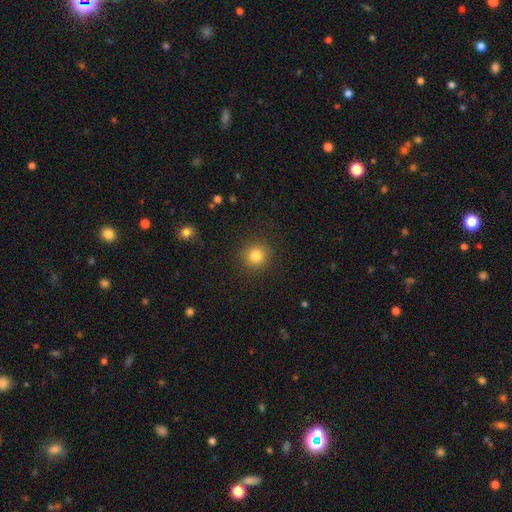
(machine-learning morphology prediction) smooth-or-featured: smooth: 82% | star or artifact: 12% | featured or disk: 6%
  how-rounded: round: 90% | in between: 9% | cigar-shaped: 1%
  merging: none: 90% | minor disturbance: 7% | major disturbance: 3% | merger: 1%